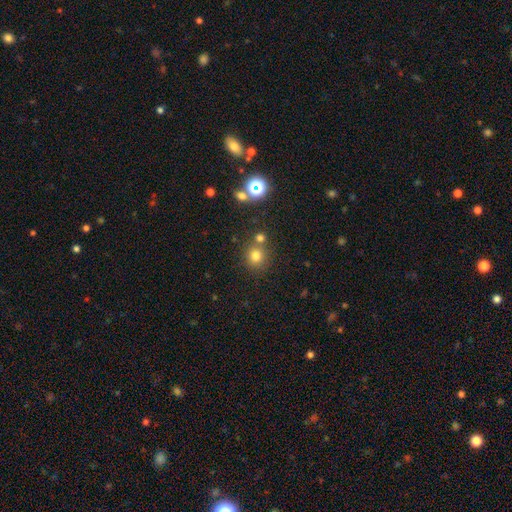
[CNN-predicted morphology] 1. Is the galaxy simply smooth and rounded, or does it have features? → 75% smooth, 18% star or artifact, 8% featured or disk.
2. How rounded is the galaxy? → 90% round, 9% in between, 1% cigar-shaped.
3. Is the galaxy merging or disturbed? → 68% none, 20% merger, 8% minor disturbance, 3% major disturbance.